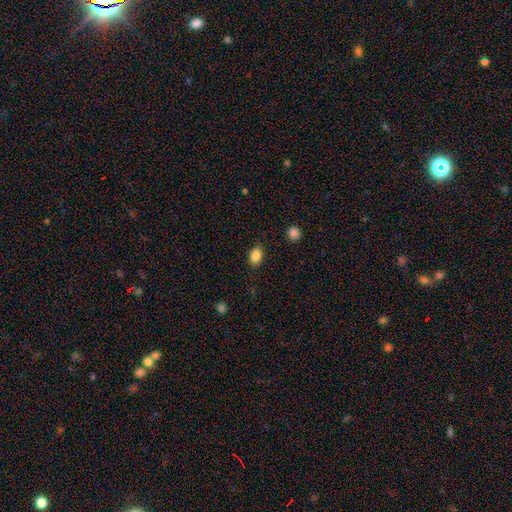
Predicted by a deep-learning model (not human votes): This is clearly a smooth galaxy (86%). How rounded: likely in between (76%). Merging: clearly none (84%).